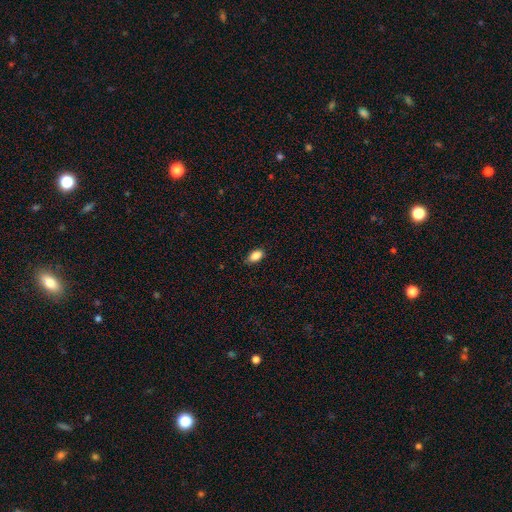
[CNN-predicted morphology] A smooth galaxy with no disk features (86%) that is in between round and cigar-shaped (91%). Merging: none (82%).